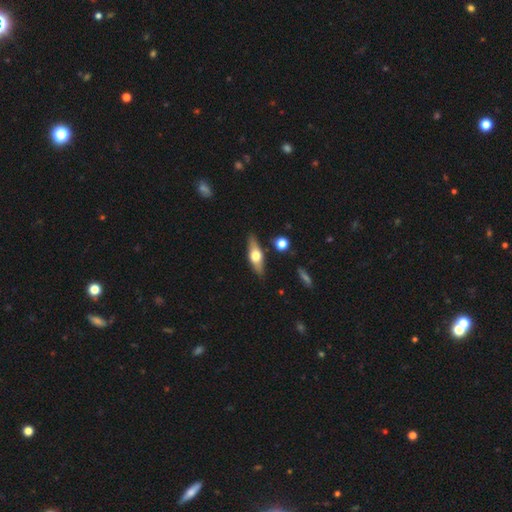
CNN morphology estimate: Smooth or featured? Predicted: featured or disk (p=0.51). Edge-on disk? Predicted: yes (p=0.86). Merging? Predicted: none (p=0.84).